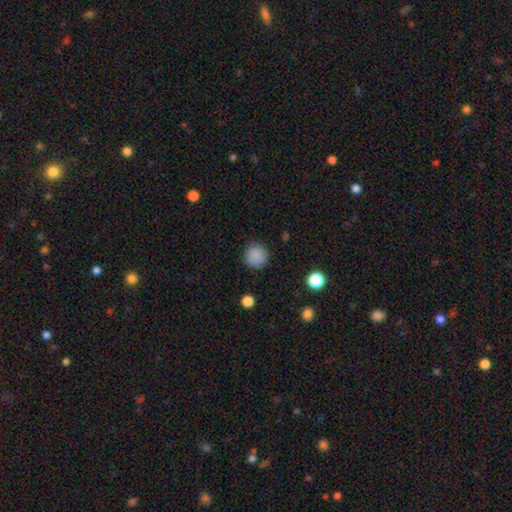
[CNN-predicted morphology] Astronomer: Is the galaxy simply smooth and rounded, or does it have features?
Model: smooth — 87%.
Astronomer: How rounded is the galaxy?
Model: round — 94%.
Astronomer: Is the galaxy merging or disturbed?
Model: none — 88%.